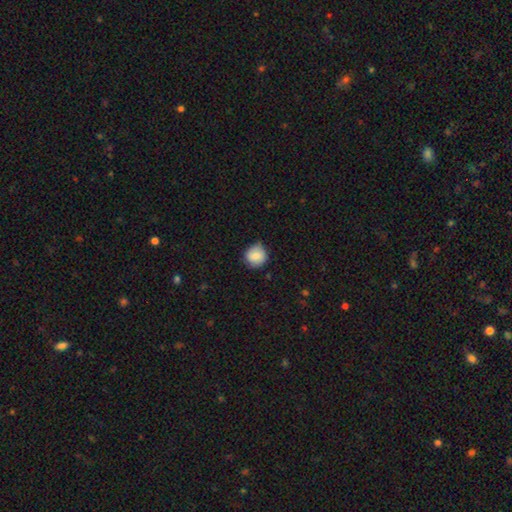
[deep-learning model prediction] This appears to be a smooth galaxy with no disk features (85%) that is round (89%). Merging: none (78%).